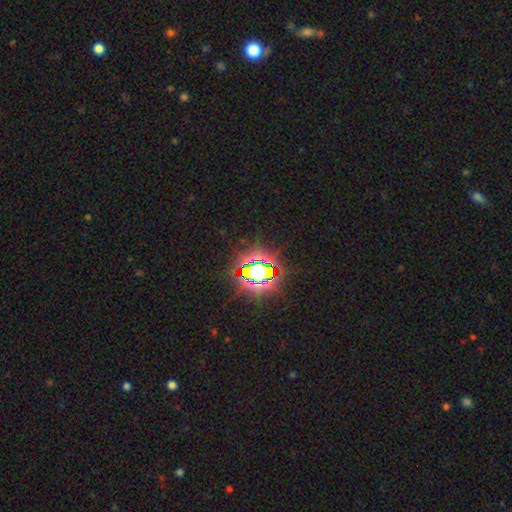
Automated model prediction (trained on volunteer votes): Smooth or featured? Predicted: star or artifact (p=0.79).